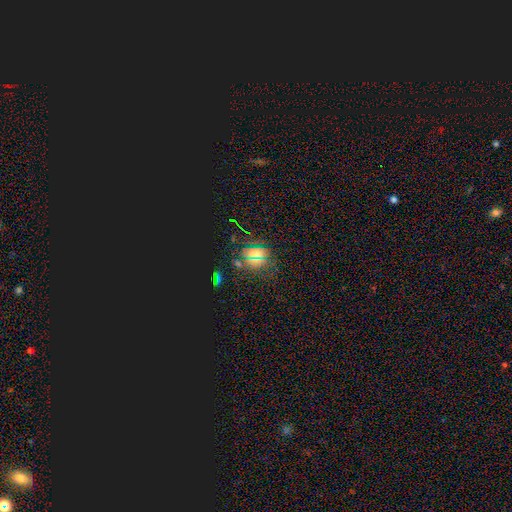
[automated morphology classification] This appears to be a star or artifact, not a galaxy (53%).